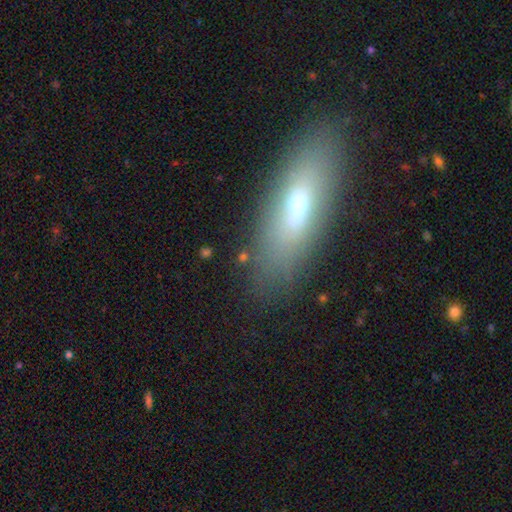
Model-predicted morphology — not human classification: Smooth or featured: smooth — 58% (featured or disk — 30%)
How rounded: in between — 56% (cigar-shaped — 40%)
Merging: none — 82% (minor disturbance — 11%)